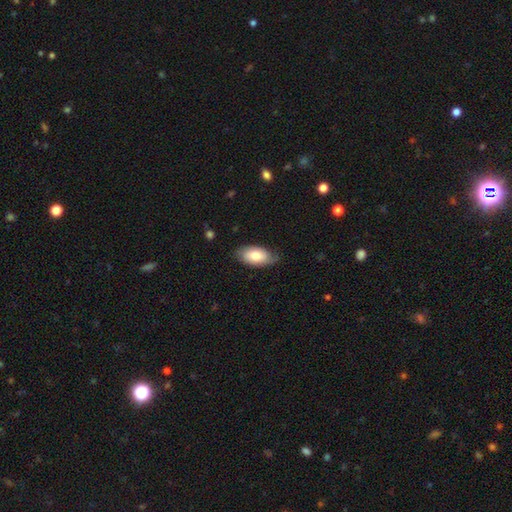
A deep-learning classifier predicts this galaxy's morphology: smooth 74%, featured or disk 20%, star or artifact 6%. Down the decision tree: how rounded — in between (94%); merging — none (71%).